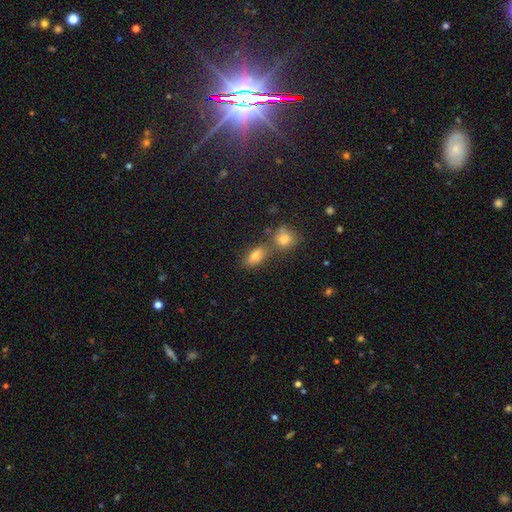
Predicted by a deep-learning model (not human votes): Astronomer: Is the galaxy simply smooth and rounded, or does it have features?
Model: smooth — 77%.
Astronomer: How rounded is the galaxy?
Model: in between — 82%.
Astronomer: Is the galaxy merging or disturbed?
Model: none — 53% (runner-up: merger, 32%).